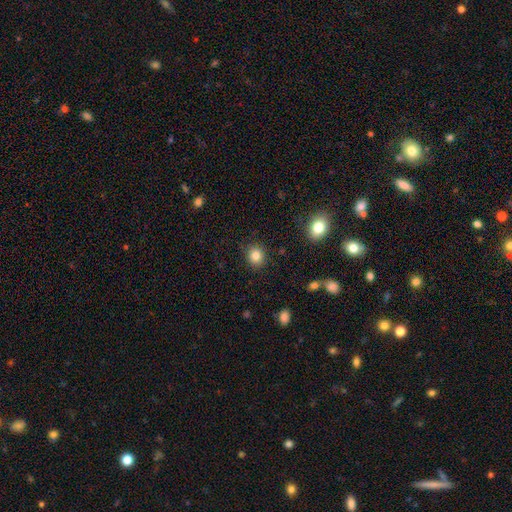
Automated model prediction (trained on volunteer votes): Smooth or featured?
  - smooth: 84% *
  - star or artifact: 11%
  - featured or disk: 6%
How rounded?
  - round: 79% *
  - in between: 20%
  - cigar-shaped: 1%
Merging?
  - none: 89% *
  - minor disturbance: 7%
  - major disturbance: 2%
  - merger: 1%